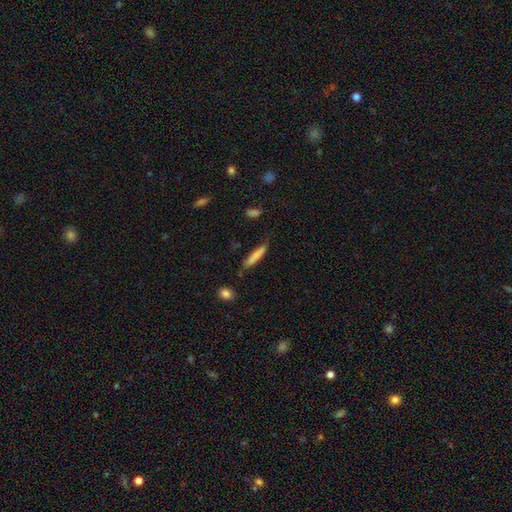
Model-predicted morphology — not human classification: A smooth galaxy with no disk features (79%) that is cigar-shaped (90%). Merging: none (71%).